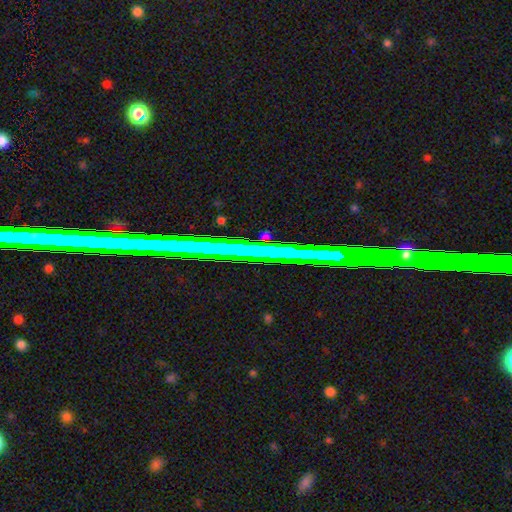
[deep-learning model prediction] Smooth or featured? star or artifact (64%)